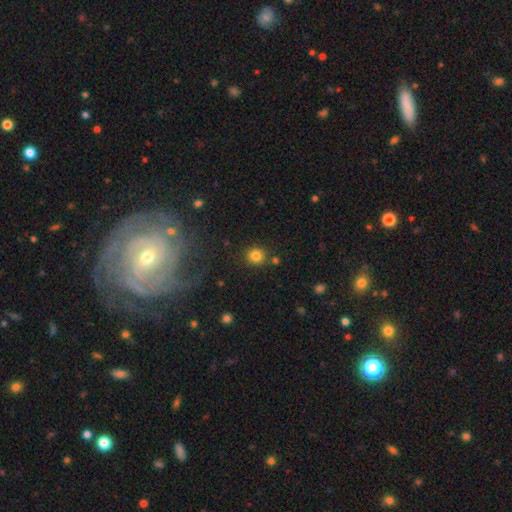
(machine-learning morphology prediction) smooth_or_featured: smooth (p=0.82) [alt: star or artifact p=0.12]
how_rounded: round (p=0.90) [alt: in between p=0.09]
merging: none (p=0.84) [alt: minor disturbance p=0.08]